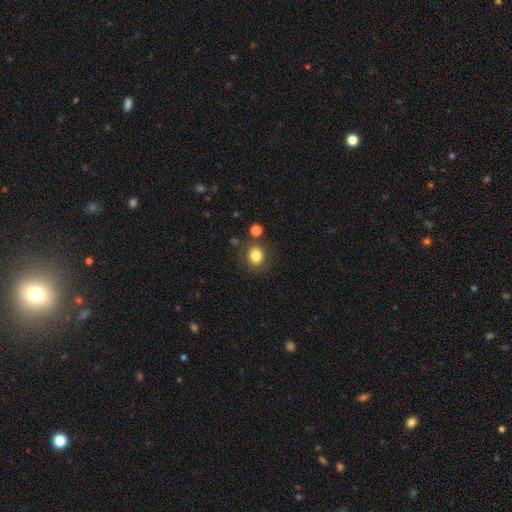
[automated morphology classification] Q: Smooth or featured?
A: smooth (82%); runner-up: star or artifact (11%)
Q: How rounded?
A: round (70%); runner-up: in between (29%)
Q: Merging?
A: none (79%); runner-up: minor disturbance (11%)